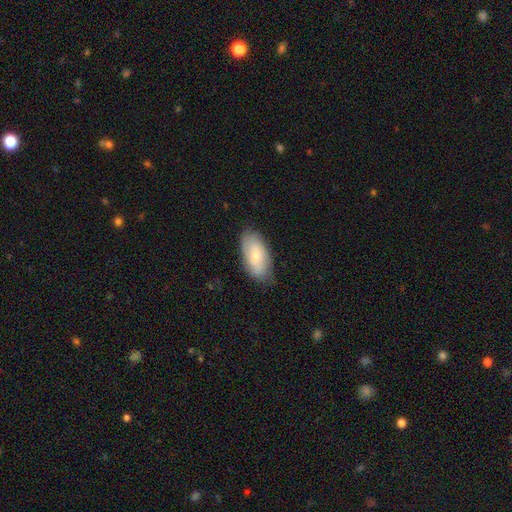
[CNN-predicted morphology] Smooth or featured? smooth (57%)
How rounded? in between (92%)
Merging? none (75%)